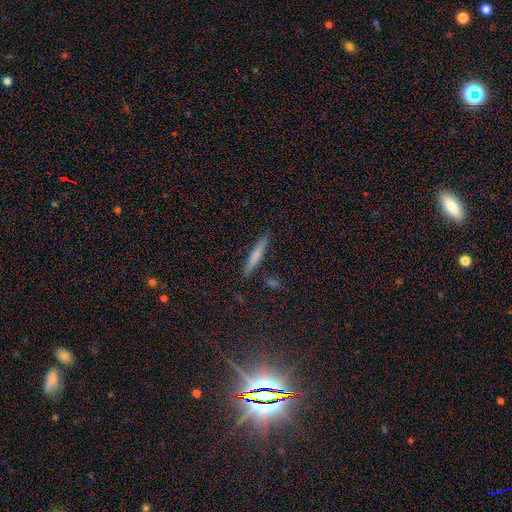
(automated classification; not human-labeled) smooth_or_featured: smooth (p=0.68) [alt: featured or disk p=0.24]
how_rounded: cigar-shaped (p=0.94) [alt: in between p=0.05]
merging: none (p=0.87) [alt: minor disturbance p=0.09]